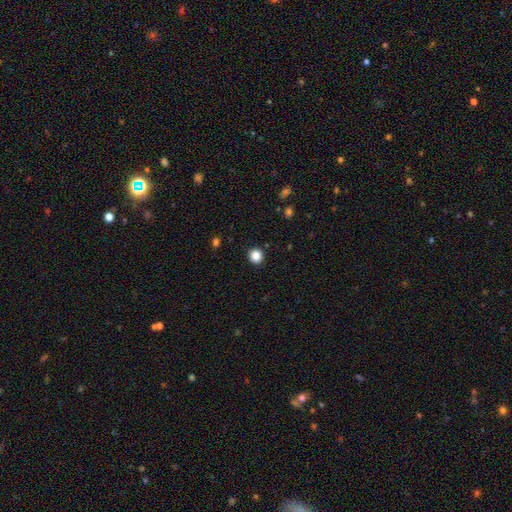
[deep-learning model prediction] smooth 85%, star or artifact 11%, featured or disk 3%. Down the decision tree: how rounded — round (90%); merging — none (92%).